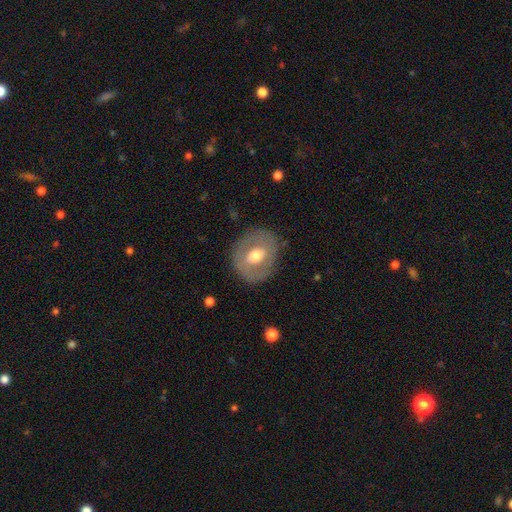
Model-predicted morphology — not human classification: featured or disk 48%, smooth 46%, star or artifact 6%. Down the decision tree: merging — none (81%).